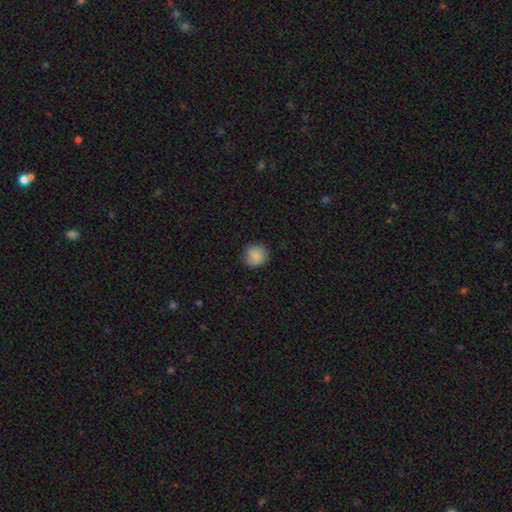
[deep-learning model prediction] smooth_or_featured: smooth (p=0.85) [alt: star or artifact p=0.08]
how_rounded: round (p=0.90) [alt: in between p=0.09]
merging: none (p=0.85) [alt: minor disturbance p=0.12]